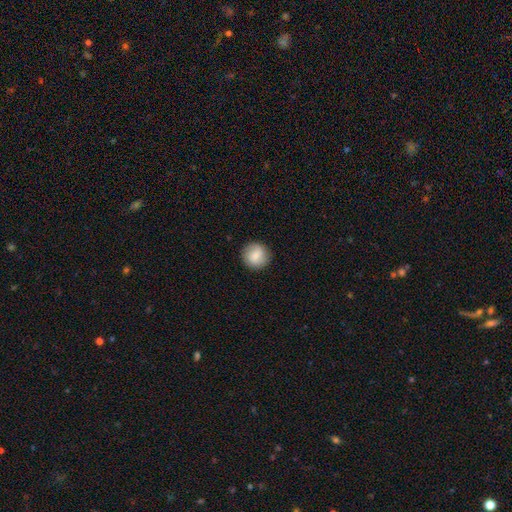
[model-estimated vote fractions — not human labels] Overall: smooth (79%). How rounded: round (93%). Merging: none (90%).